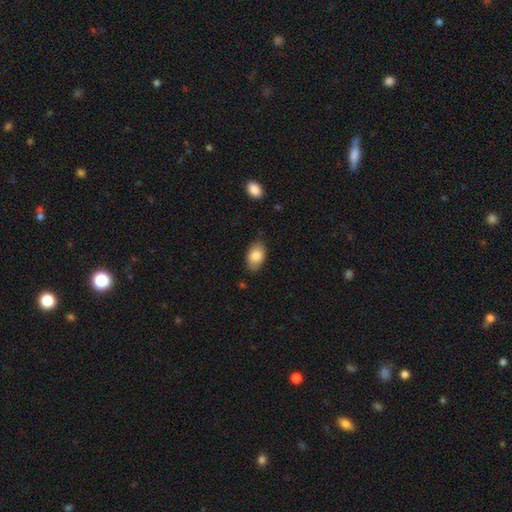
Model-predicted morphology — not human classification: Smooth or featured? smooth (84%)
How rounded? in between (90%)
Merging? none (79%)